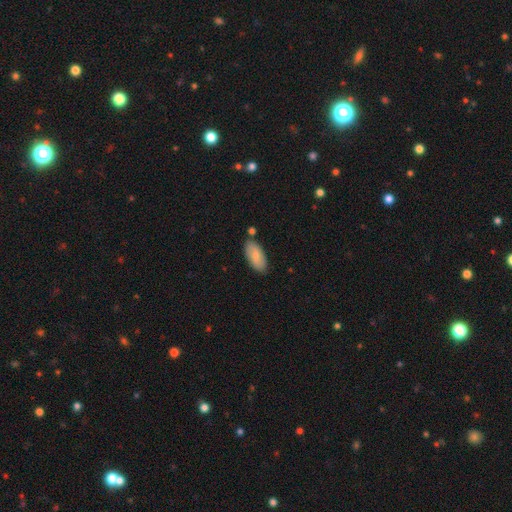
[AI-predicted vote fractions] smooth_or_featured: smooth (p=0.81) [alt: featured or disk p=0.13]
how_rounded: in between (p=0.90) [alt: cigar-shaped p=0.08]
merging: none (p=0.80) [alt: minor disturbance p=0.12]